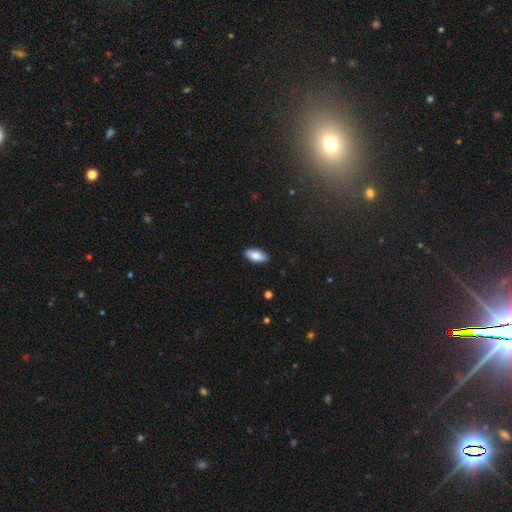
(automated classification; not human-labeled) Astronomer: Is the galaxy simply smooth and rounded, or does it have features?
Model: smooth — 85%.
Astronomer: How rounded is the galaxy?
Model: in between — 89%.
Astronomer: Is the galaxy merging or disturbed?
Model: none — 89%.